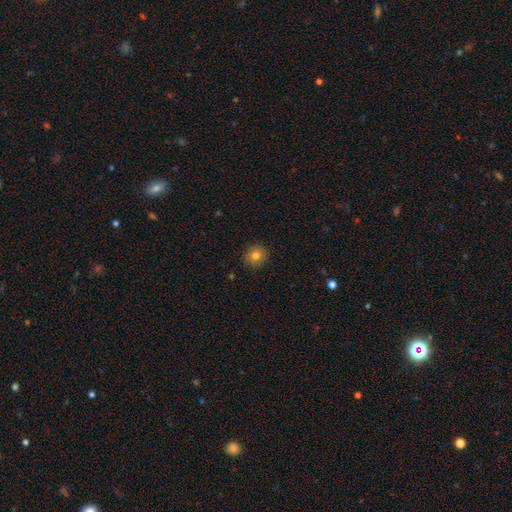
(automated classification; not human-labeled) This is likely a smooth galaxy (80%). How rounded: clearly round (89%). Merging: clearly none (90%).